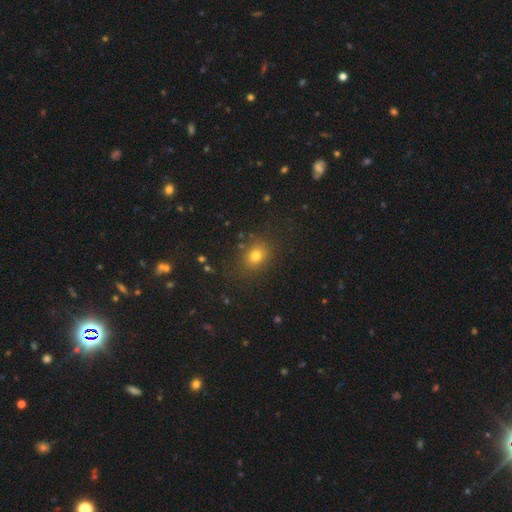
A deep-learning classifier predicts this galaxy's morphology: This is likely a smooth galaxy (75%). How rounded: possibly round (56%). Merging: clearly none (82%).